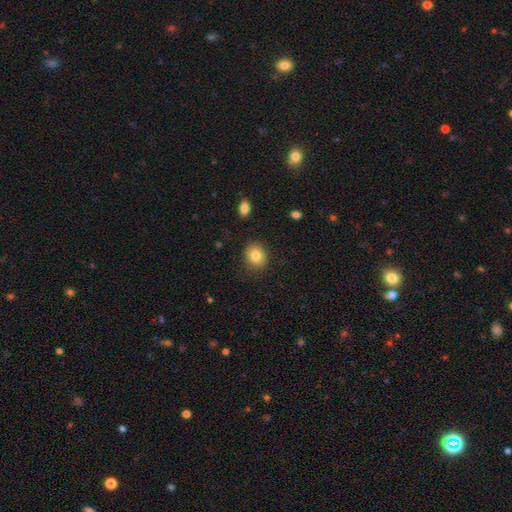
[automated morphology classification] This is clearly a smooth galaxy (82%). How rounded: likely round (66%). Merging: clearly none (85%).